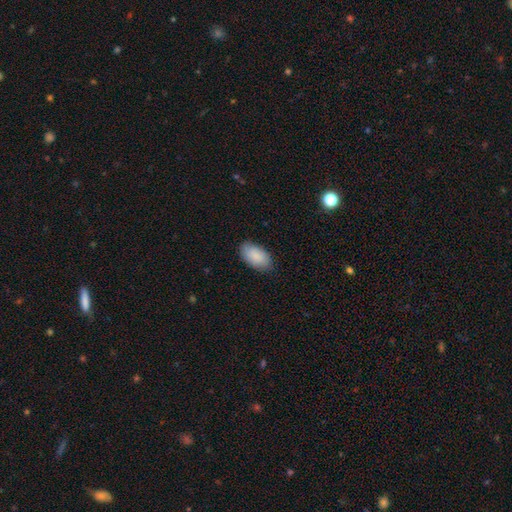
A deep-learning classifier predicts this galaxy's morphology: smooth_or_featured: smooth (p=0.87) [alt: featured or disk p=0.07]
how_rounded: in between (p=0.95) [alt: round p=0.03]
merging: none (p=0.83) [alt: minor disturbance p=0.13]